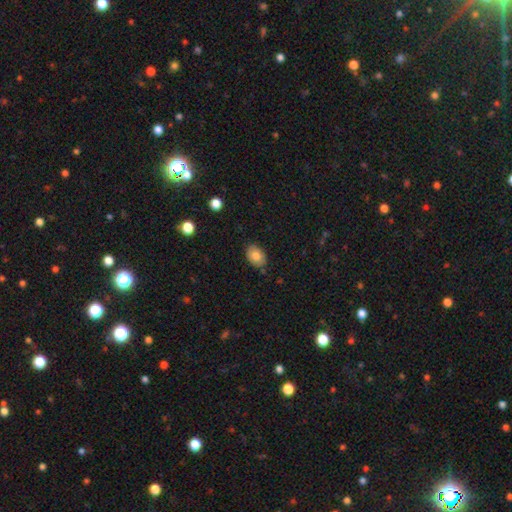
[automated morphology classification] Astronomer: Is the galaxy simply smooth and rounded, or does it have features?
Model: smooth — 78%.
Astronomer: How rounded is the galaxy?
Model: in between — 76%.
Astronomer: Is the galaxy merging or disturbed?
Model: none — 81%.